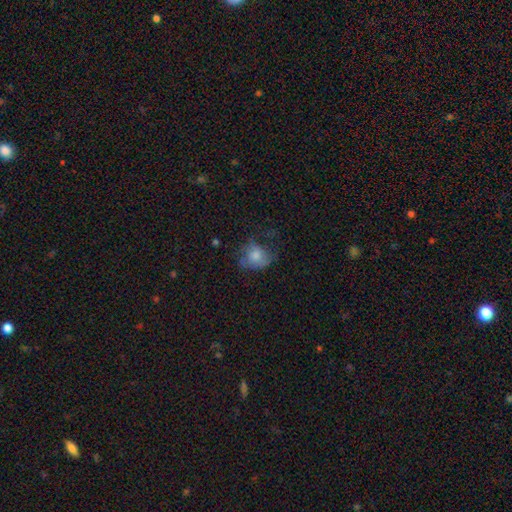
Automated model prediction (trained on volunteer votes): Overall: smooth (66%). How rounded: round (51%; in between 48%). Merging: none (39%; major disturbance 32%).